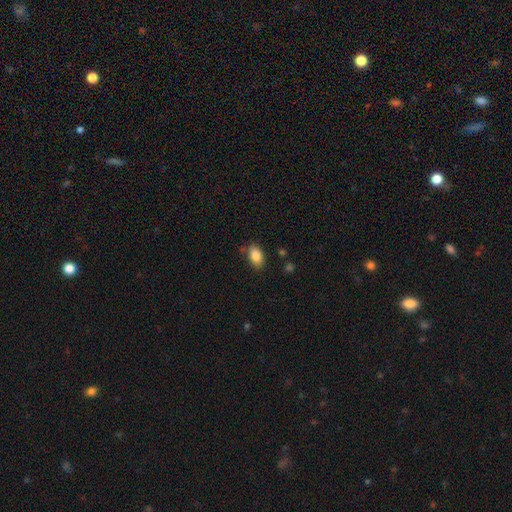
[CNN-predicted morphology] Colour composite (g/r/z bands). It shows a smooth galaxy with no disk features (86%) that is in between round and cigar-shaped (91%). Merging: none (78%).